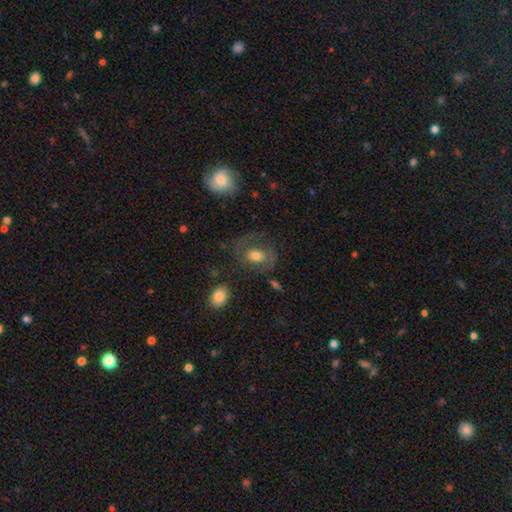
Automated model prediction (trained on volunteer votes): Q: Smooth or featured?
A: smooth (57%); runner-up: featured or disk (35%)
Q: How rounded?
A: in between (66%); runner-up: round (32%)
Q: Merging?
A: none (61%); runner-up: minor disturbance (18%)